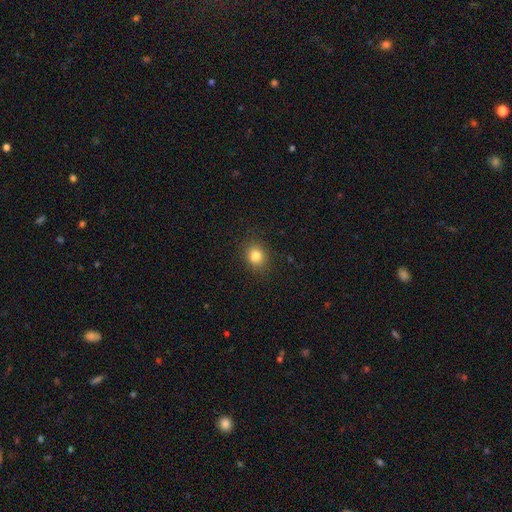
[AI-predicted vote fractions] smooth-or-featured: smooth: 82% | star or artifact: 11% | featured or disk: 6%
  how-rounded: round: 59% | in between: 40% | cigar-shaped: 1%
  merging: none: 87% | minor disturbance: 9% | major disturbance: 3% | merger: 1%